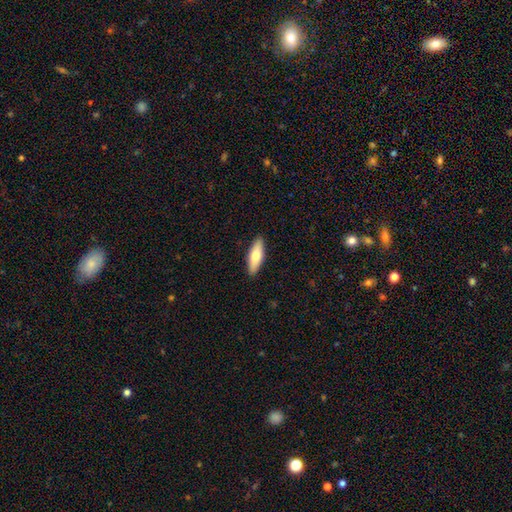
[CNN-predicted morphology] Smooth or featured? Predicted: smooth (p=0.69). How rounded? Predicted: in between (p=0.54). Merging? Predicted: none (p=0.90).